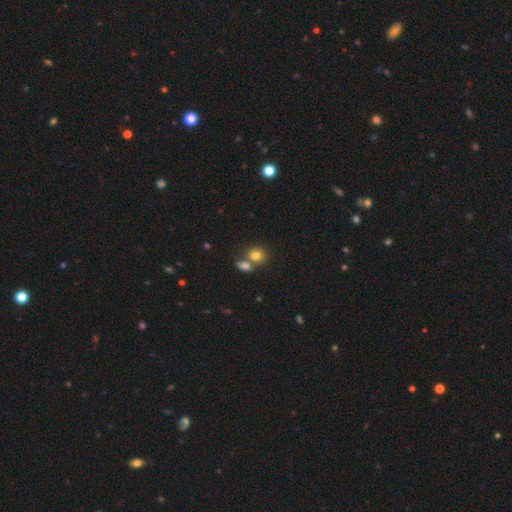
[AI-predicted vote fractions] Smooth or featured? Predicted: smooth (p=0.80). How rounded? Predicted: round (p=0.66). Merging? Predicted: none (p=0.49).